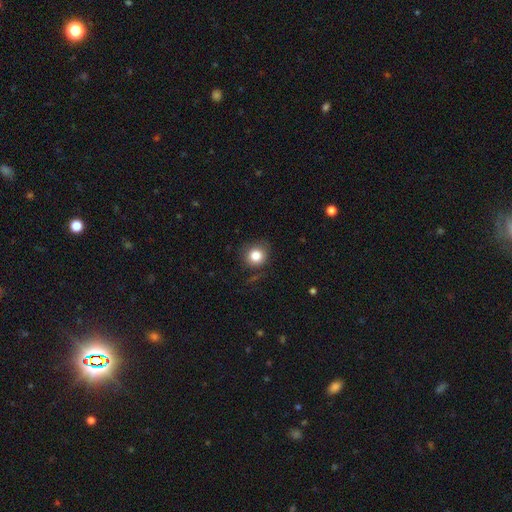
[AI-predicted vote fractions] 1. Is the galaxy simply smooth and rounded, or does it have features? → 82% smooth, 11% star or artifact, 7% featured or disk.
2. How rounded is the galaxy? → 86% round, 13% in between, 1% cigar-shaped.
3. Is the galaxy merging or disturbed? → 80% none, 14% minor disturbance, 4% major disturbance, 2% merger.